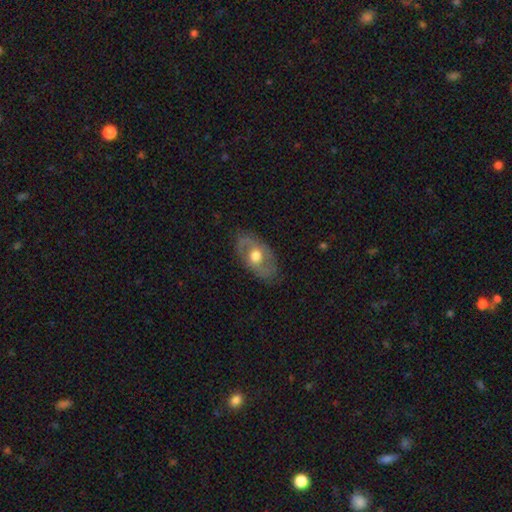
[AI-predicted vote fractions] Overall: featured or disk (58%; smooth 36%). Edge-on disk: no (88%). Bar: no (71%). Spiral arms: no (52%; yes 48%). Bulge size: moderate (68%). Merging: none (75%).